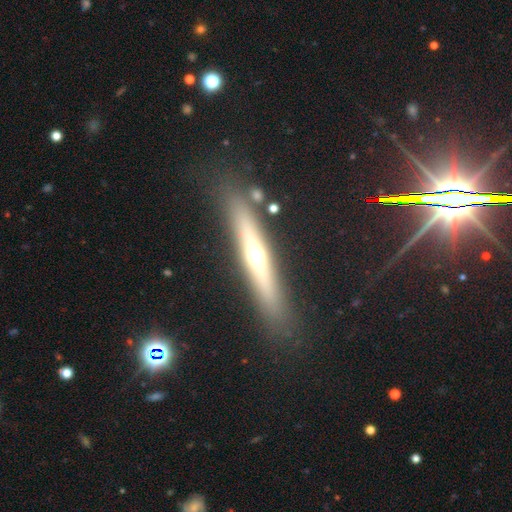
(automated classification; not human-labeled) smooth-or-featured: featured or disk: 57% | smooth: 34% | star or artifact: 9%
  disk-edge-on: yes: 92% | no: 8%
    edge-on-bulge: rounded: 88% | none: 8% | boxy: 3%
  merging: none: 85% | minor disturbance: 9% | major disturbance: 3% | merger: 3%